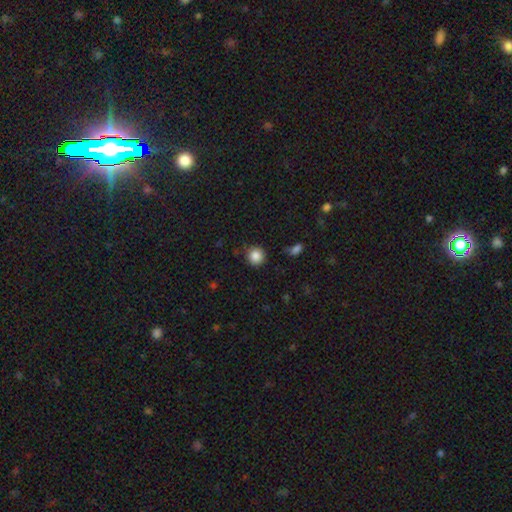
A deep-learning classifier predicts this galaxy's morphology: This is clearly a smooth galaxy (85%). How rounded: clearly round (93%). Merging: clearly none (87%).